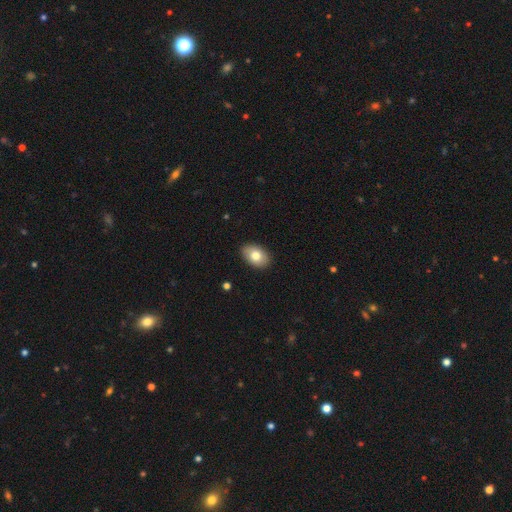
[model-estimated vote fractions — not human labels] A smooth galaxy with no disk features (79%) that is in between round and cigar-shaped (87%).

Vote fractions:
- Smooth or featured? smooth: 79% / featured or disk: 14% / star or artifact: 7%
- How rounded? in between: 87% / round: 12% / cigar-shaped: 1%
- Merging? none: 89% / minor disturbance: 8% / major disturbance: 2% / merger: 1%